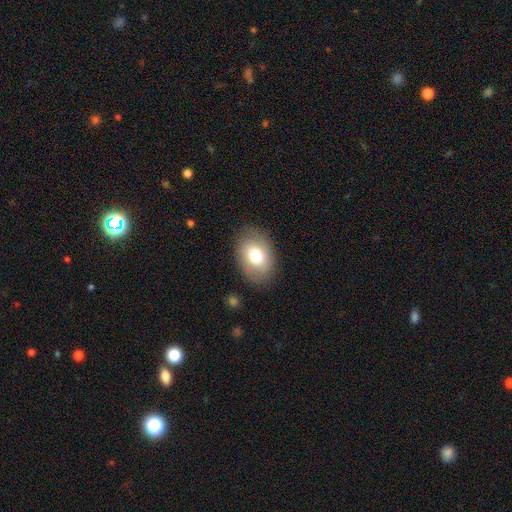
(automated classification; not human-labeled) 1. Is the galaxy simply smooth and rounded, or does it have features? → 74% smooth, 18% featured or disk, 8% star or artifact.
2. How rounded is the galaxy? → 76% in between, 23% round, 1% cigar-shaped.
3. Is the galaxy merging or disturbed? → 83% none, 12% minor disturbance, 4% major disturbance, 1% merger.